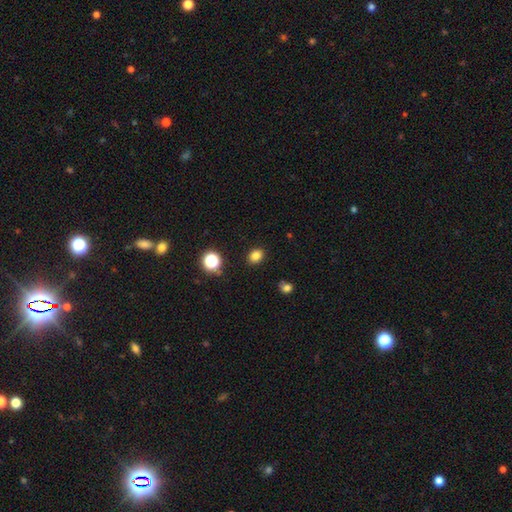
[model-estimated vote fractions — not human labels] smooth_or_featured: smooth (p=0.82) [alt: star or artifact p=0.13]
how_rounded: in between (p=0.57) [alt: round p=0.42]
merging: none (p=0.88) [alt: minor disturbance p=0.08]